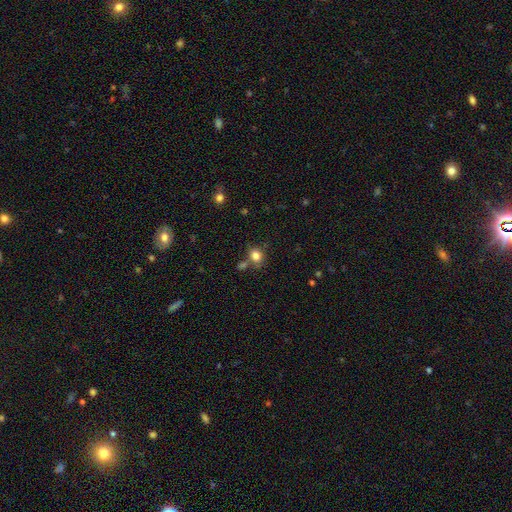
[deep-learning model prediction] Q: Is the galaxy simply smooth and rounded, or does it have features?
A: smooth — 81%.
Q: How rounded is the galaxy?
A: round — 64%.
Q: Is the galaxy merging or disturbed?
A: none — 64%.